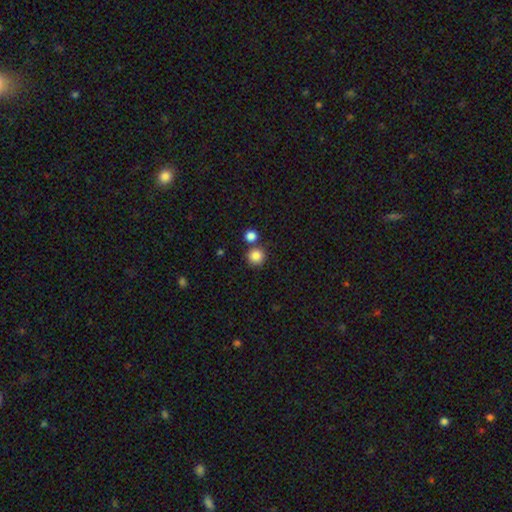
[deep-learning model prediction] Smooth or featured?
  - smooth: 85% *
  - star or artifact: 10%
  - featured or disk: 5%
How rounded?
  - round: 92% *
  - in between: 7%
  - cigar-shaped: 1%
Merging?
  - none: 72% *
  - merger: 17%
  - minor disturbance: 8%
  - major disturbance: 3%